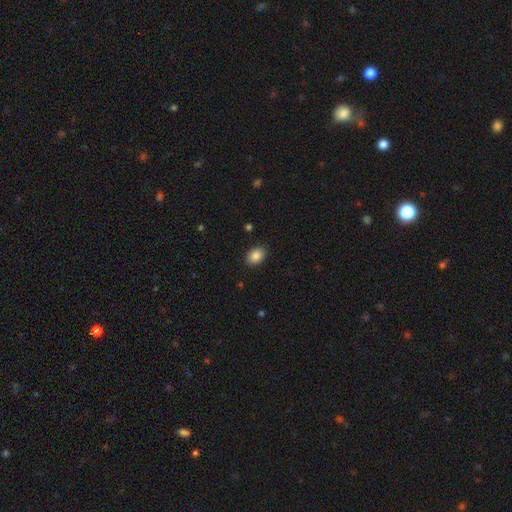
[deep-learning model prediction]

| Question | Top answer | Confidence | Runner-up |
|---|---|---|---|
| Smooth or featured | smooth | 86% | star or artifact (8%) |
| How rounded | in between | 77% | round (22%) |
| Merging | none | 89% | minor disturbance (8%) |